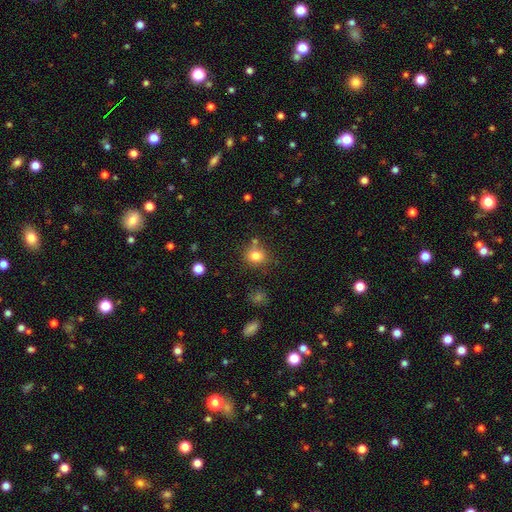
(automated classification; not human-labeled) smooth_or_featured: smooth (p=0.80) [alt: star or artifact p=0.13]
how_rounded: round (p=0.80) [alt: in between p=0.19]
merging: none (p=0.72) [alt: minor disturbance p=0.13]